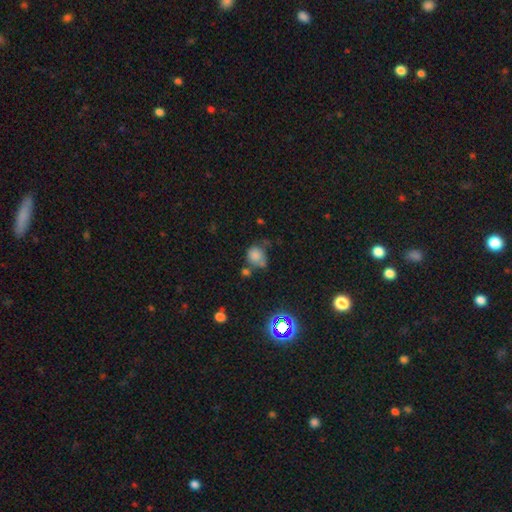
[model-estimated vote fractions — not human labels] Smooth or featured? smooth (75%)
How rounded? round (75%)
Merging? none (41%)